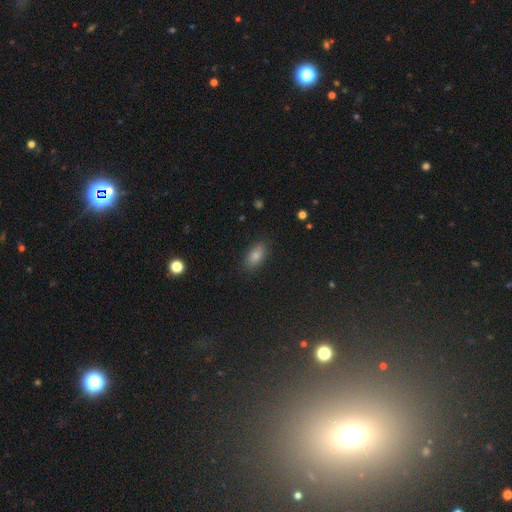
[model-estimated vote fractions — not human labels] Smooth or featured? Predicted: smooth (p=0.82). How rounded? Predicted: in between (p=0.89). Merging? Predicted: none (p=0.84).